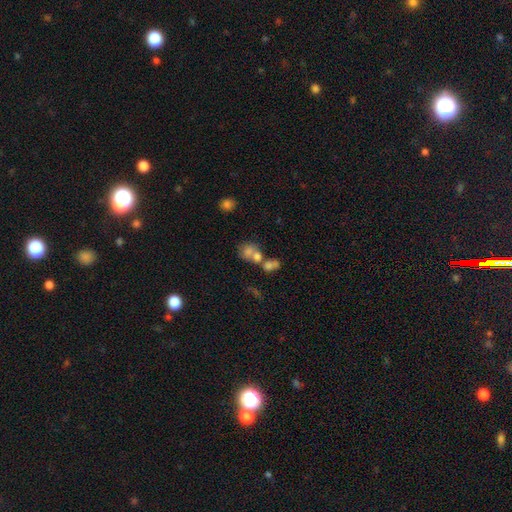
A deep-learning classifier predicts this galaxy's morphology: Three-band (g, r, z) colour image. It shows a smooth galaxy with no disk features (54%) that is round (54%). Merging: merger (56%).